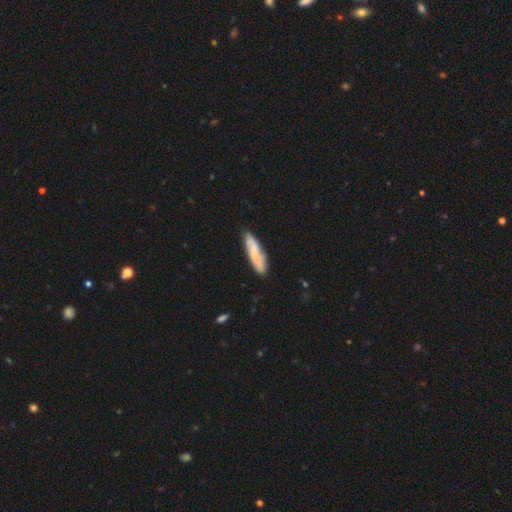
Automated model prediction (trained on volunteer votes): Morphology: type=smooth (61%); roundness=cigar-shaped (76%); merging=none (78%).